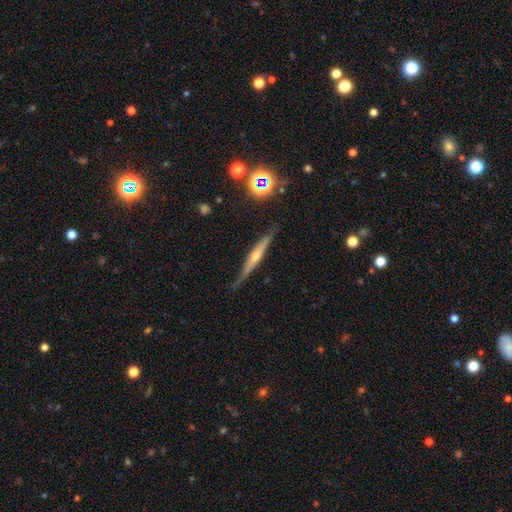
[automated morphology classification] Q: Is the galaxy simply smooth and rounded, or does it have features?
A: featured or disk — 67%.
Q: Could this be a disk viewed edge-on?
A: yes — 95%.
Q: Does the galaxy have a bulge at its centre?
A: rounded — 79%.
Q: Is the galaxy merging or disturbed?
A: none — 77%.